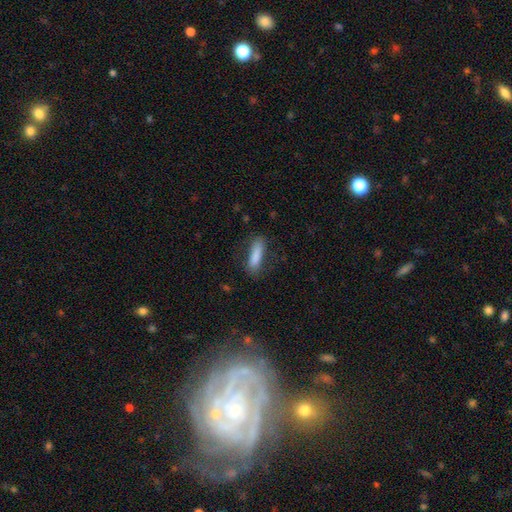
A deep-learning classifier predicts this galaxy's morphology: Smooth or featured? smooth (83%)
How rounded? cigar-shaped (60%)
Merging? none (73%)